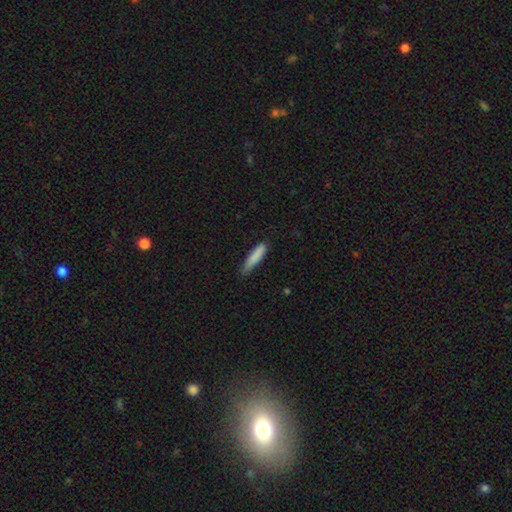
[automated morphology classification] Overall: smooth (85%). How rounded: cigar-shaped (83%). Merging: none (68%).